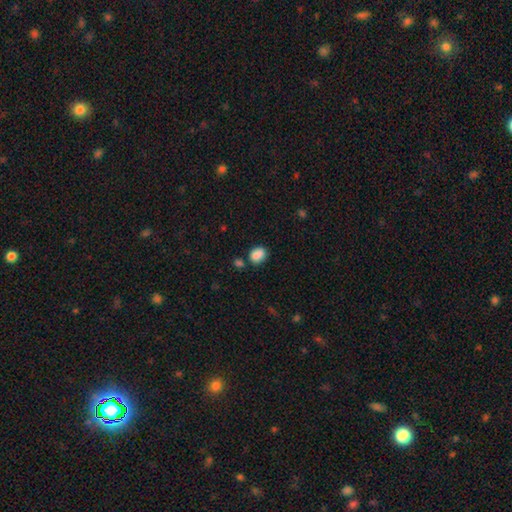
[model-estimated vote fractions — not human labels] smooth_or_featured: smooth (p=0.85) [alt: star or artifact p=0.09]
how_rounded: in between (p=0.56) [alt: round p=0.43]
merging: none (p=0.66) [alt: minor disturbance p=0.17]